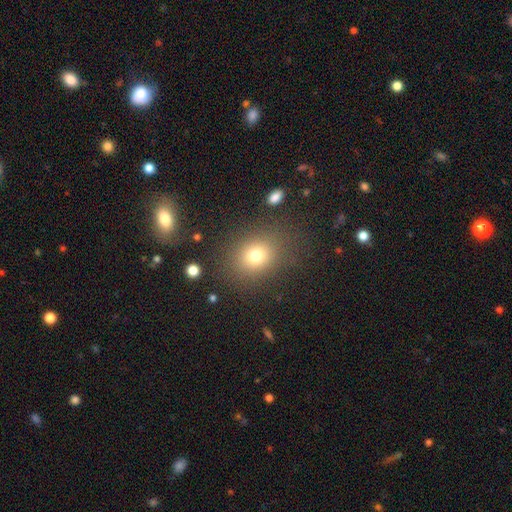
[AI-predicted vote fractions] Morphology: type=smooth (76%); roundness=round (55%); merging=none (81%).